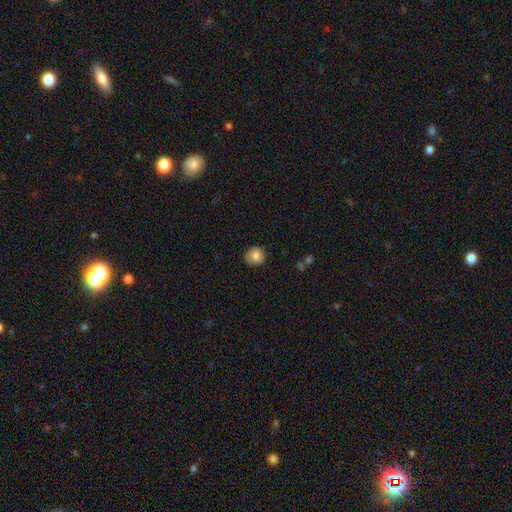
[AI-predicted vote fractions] Q: Smooth or featured?
A: smooth (80%); runner-up: featured or disk (11%)
Q: How rounded?
A: round (84%); runner-up: in between (16%)
Q: Merging?
A: none (82%); runner-up: minor disturbance (14%)